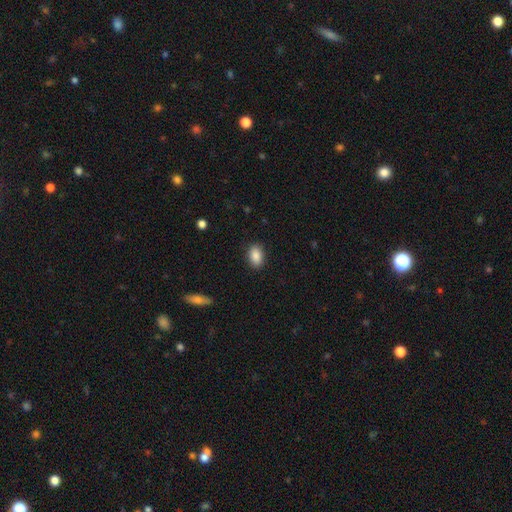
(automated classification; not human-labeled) This appears to be a smooth galaxy with no disk features (88%) that is in between round and cigar-shaped (88%). Merging: none (88%).